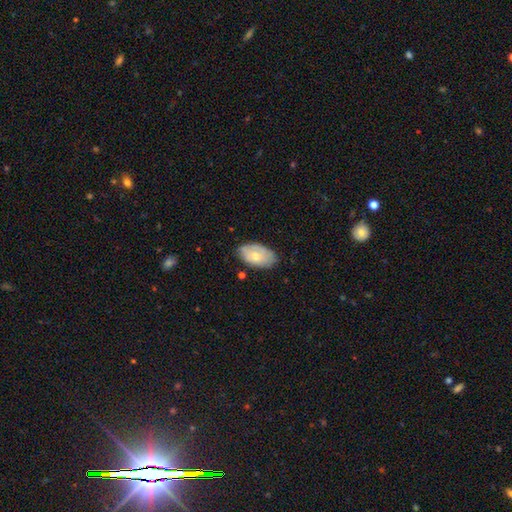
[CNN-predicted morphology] Overall: smooth (64%; featured or disk 30%). How rounded: in between (93%). Merging: none (71%).